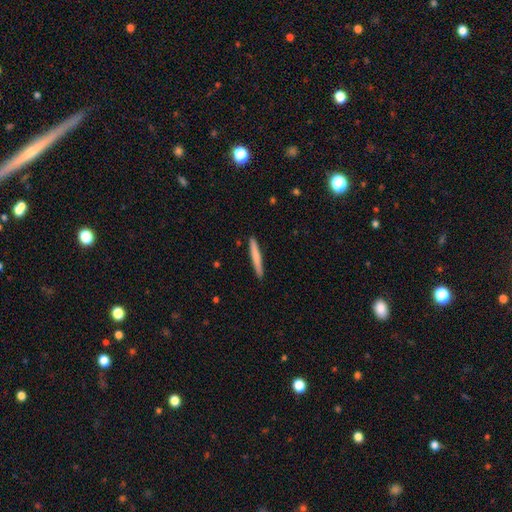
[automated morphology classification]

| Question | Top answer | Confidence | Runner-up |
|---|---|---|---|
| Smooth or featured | smooth | 71% | featured or disk (24%) |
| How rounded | cigar-shaped | 96% | in between (2%) |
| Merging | none | 91% | minor disturbance (6%) |